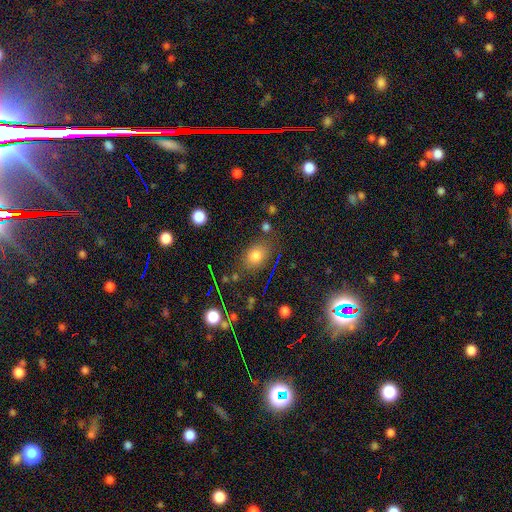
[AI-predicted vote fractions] This appears to be a smooth galaxy with no disk features (76%) that is in between round and cigar-shaped (66%). Merging: none (76%).